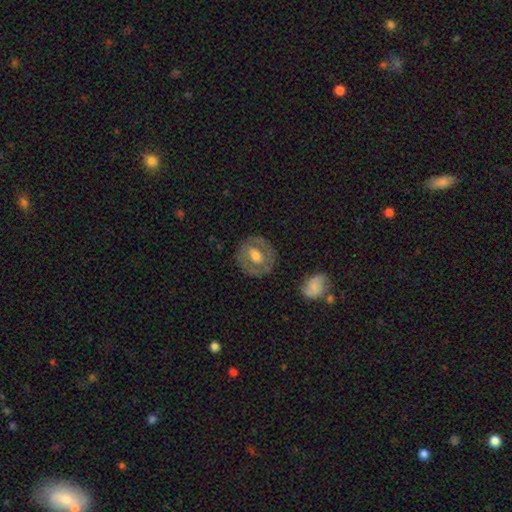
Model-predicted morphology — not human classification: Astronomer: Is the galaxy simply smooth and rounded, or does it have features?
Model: featured or disk — 53% (runner-up: smooth, 41%).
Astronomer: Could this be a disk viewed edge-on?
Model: no — 95%.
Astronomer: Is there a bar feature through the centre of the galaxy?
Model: no — 54% (runner-up: weak, 32%).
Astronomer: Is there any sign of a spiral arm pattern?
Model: no — 73%.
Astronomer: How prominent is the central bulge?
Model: moderate — 55% (runner-up: large, 31%).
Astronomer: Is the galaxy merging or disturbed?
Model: none — 79%.